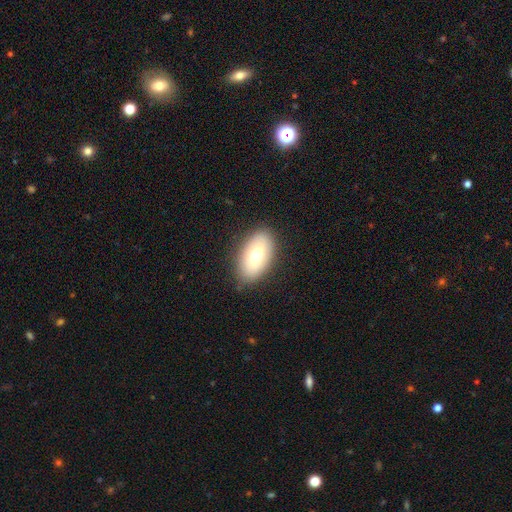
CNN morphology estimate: smooth-or-featured: smooth: 70% | featured or disk: 23% | star or artifact: 8%
  how-rounded: in between: 92% | round: 6% | cigar-shaped: 2%
  merging: none: 84% | minor disturbance: 12% | major disturbance: 3% | merger: 1%